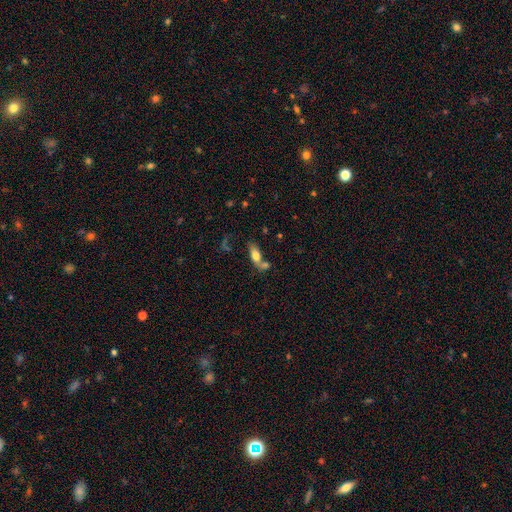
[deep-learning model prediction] A smooth galaxy with no disk features (68%) that is in between round and cigar-shaped (78%).

Vote fractions:
- Smooth or featured? smooth: 68% / featured or disk: 23% / star or artifact: 9%
- How rounded? in between: 78% / cigar-shaped: 17% / round: 5%
- Merging? none: 41% / merger: 37% / minor disturbance: 14% / major disturbance: 8%